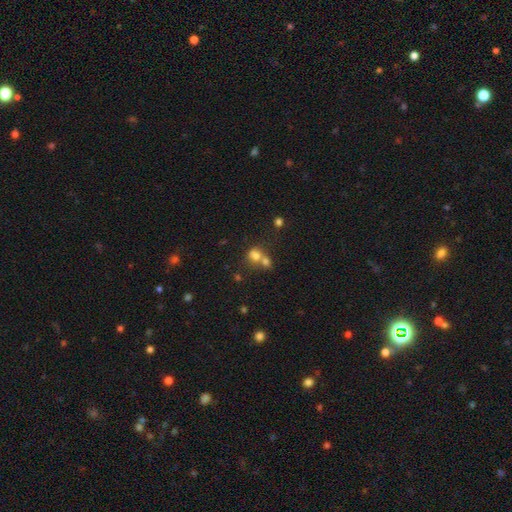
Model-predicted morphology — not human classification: This is likely a smooth galaxy (68%). How rounded: likely round (72%). Merging: likely merger (61%).